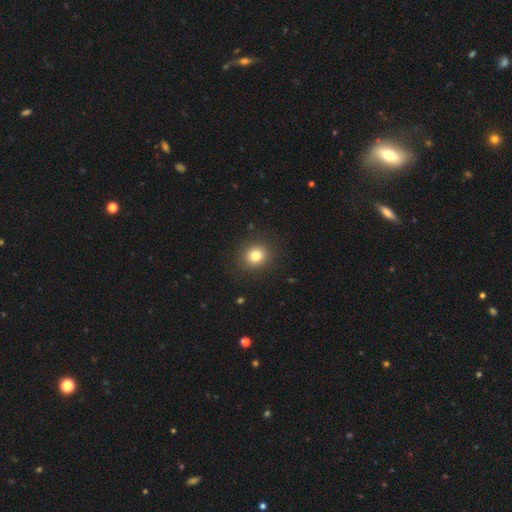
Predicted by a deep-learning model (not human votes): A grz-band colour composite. It shows a smooth galaxy with no disk features (79%) that is round (84%). Merging: none (89%).